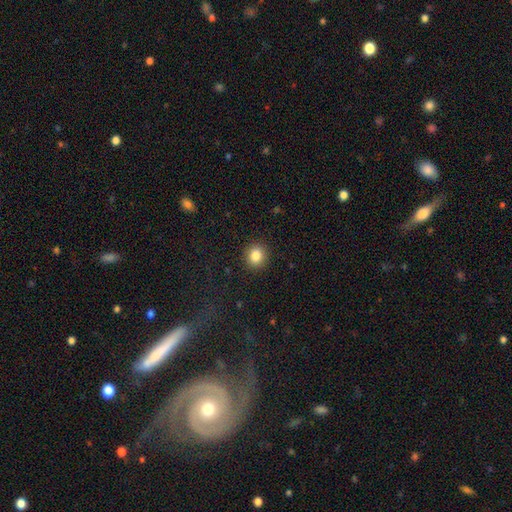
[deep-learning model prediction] smooth_or_featured: smooth (p=0.85) [alt: star or artifact p=0.10]
how_rounded: round (p=0.85) [alt: in between p=0.14]
merging: none (p=0.92) [alt: minor disturbance p=0.05]